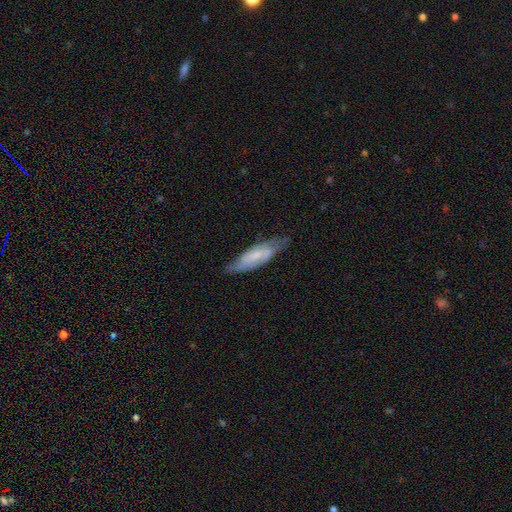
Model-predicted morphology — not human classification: featured or disk 54%, smooth 39%, star or artifact 7%. Down the decision tree: edge-on disk — no (69%); merging — none (69%).